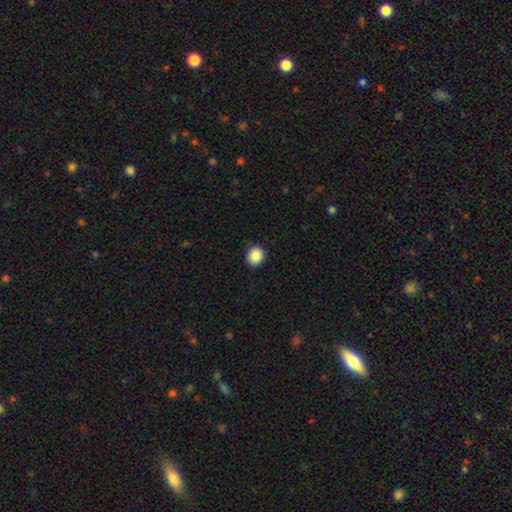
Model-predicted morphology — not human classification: Smooth or featured?
  - smooth: 88% *
  - star or artifact: 9%
  - featured or disk: 3%
How rounded?
  - round: 79% *
  - in between: 20%
  - cigar-shaped: 1%
Merging?
  - none: 91% *
  - minor disturbance: 6%
  - major disturbance: 2%
  - merger: 1%